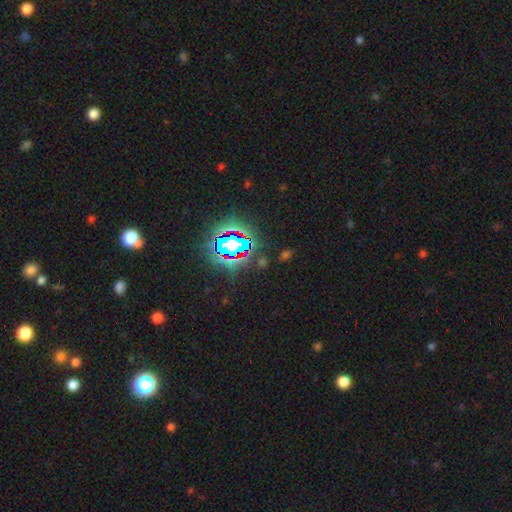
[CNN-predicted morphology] Smooth or featured? Predicted: star or artifact (p=0.82).